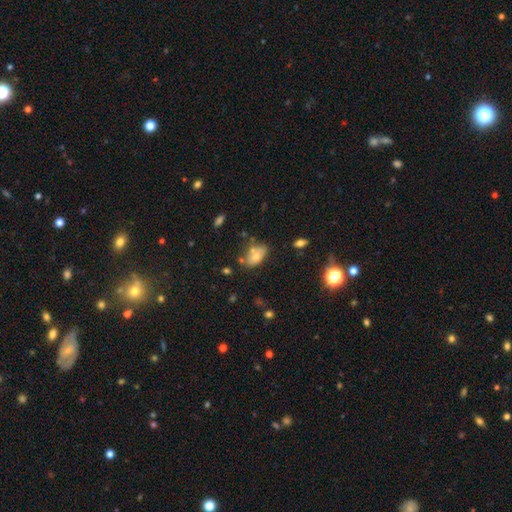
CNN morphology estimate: Smooth or featured: smooth — 65% (featured or disk — 24%)
How rounded: in between — 89% (round — 8%)
Merging: none — 52% (minor disturbance — 22%)